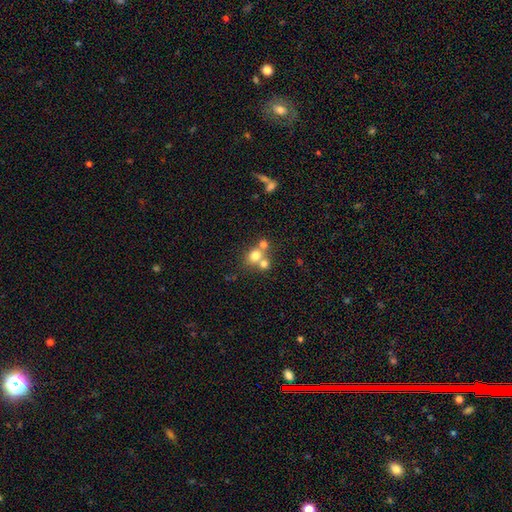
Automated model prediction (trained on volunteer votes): Smooth or featured?
  - smooth: 72% *
  - star or artifact: 14%
  - featured or disk: 14%
How rounded?
  - round: 73% *
  - in between: 26%
  - cigar-shaped: 1%
Merging?
  - merger: 45% *
  - none: 44%
  - minor disturbance: 7%
  - major disturbance: 4%